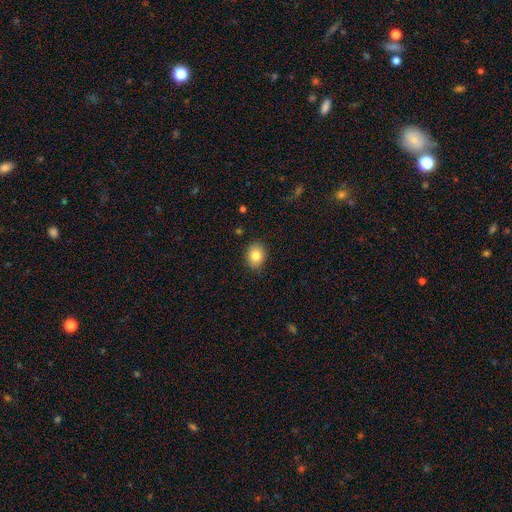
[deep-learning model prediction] Smooth or featured?
  - smooth: 82% *
  - star or artifact: 9%
  - featured or disk: 8%
How rounded?
  - round: 53% *
  - in between: 46%
  - cigar-shaped: 1%
Merging?
  - none: 88% *
  - minor disturbance: 9%
  - major disturbance: 2%
  - merger: 1%